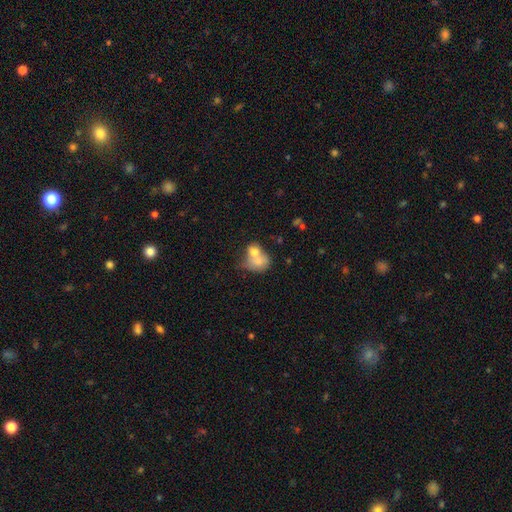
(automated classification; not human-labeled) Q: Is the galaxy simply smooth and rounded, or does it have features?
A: smooth — 69%.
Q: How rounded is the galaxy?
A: in between — 55%.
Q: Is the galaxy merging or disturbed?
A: merger — 68%.